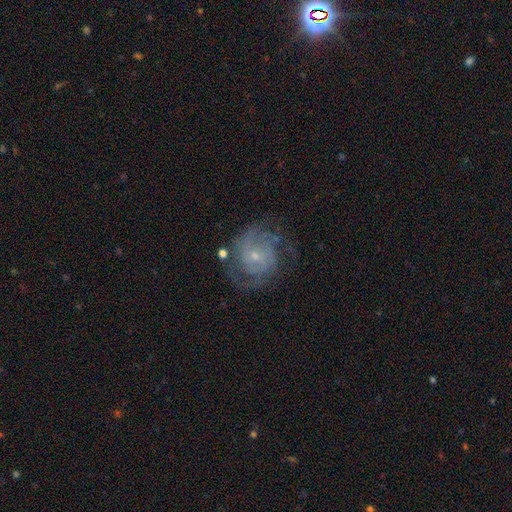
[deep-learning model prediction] smooth-or-featured: featured or disk: 80% | smooth: 13% | star or artifact: 7%
  disk-edge-on: no: 98% | yes: 2%
    bar: no: 64% | weak: 31% | strong: 5%
    has-spiral-arms: yes: 90% | no: 10%
      spiral-winding: tight: 48% | medium: 39% | loose: 13%
      spiral-arm-count: 2: 38% | can't tell: 30% | 3: 16% | 4: 6% | 1: 5% | more than 4: 4%
    bulge-size: small: 75% | moderate: 20% | none: 3% | large: 1% | dominant: 1%
  merging: none: 62% | minor disturbance: 19% | major disturbance: 16% | merger: 3%